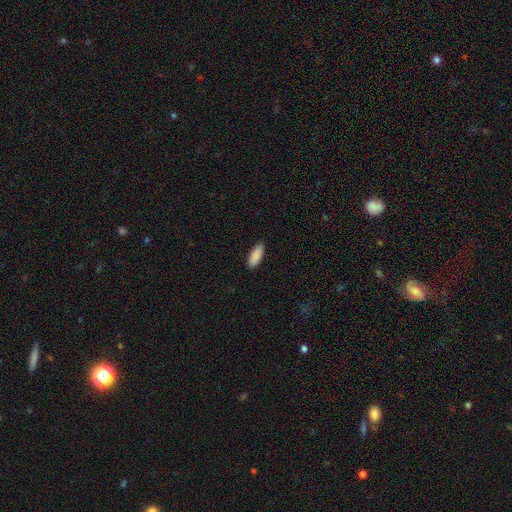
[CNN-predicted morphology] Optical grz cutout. It shows a smooth galaxy with no disk features (90%) that is in between round and cigar-shaped (71%). Merging: none (89%).